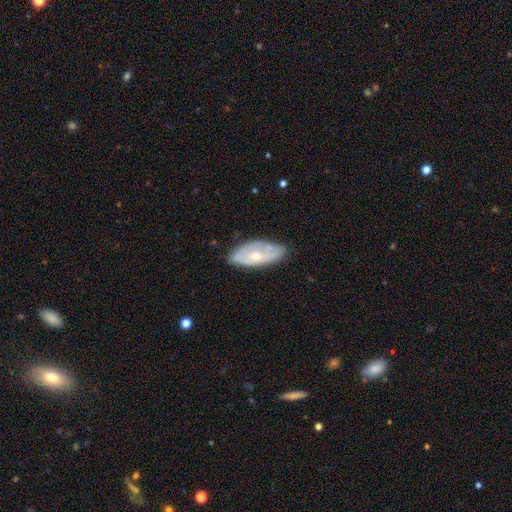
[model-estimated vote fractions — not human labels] A featured or disk galaxy (58%) with no bar (73%), spiral arms (54%) and a moderate central bulge (52%).

Vote fractions:
- Smooth or featured? featured or disk: 58% / smooth: 36% / star or artifact: 6%
- Edge-on disk? no: 86% / yes: 14%
- Bar? no: 73% / weak: 22% / strong: 5%
- Spiral arms? yes: 54% / no: 46%
- Bulge size? moderate: 52% / small: 44% / large: 2% / none: 1% / dominant: 1%
- Merging? none: 73% / minor disturbance: 21% / major disturbance: 5% / merger: 2%